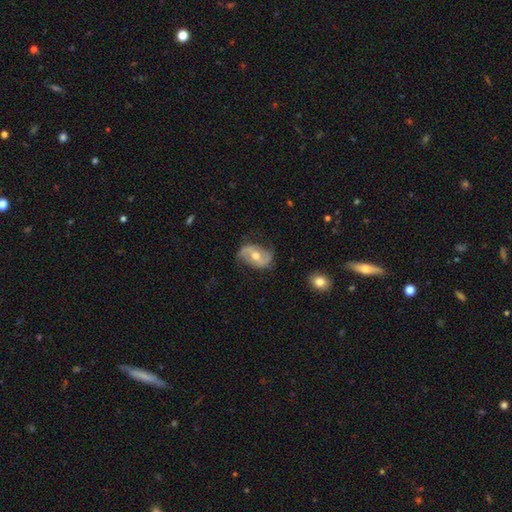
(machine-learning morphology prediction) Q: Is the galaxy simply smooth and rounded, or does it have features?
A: featured or disk — 74%.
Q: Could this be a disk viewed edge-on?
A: no — 96%.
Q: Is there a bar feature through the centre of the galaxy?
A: weak — 43%.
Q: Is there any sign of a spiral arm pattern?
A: yes — 83%.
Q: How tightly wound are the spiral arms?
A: loose — 48%.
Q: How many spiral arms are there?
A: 2 — 87%.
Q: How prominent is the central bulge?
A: moderate — 76%.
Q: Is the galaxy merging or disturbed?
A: none — 68%.